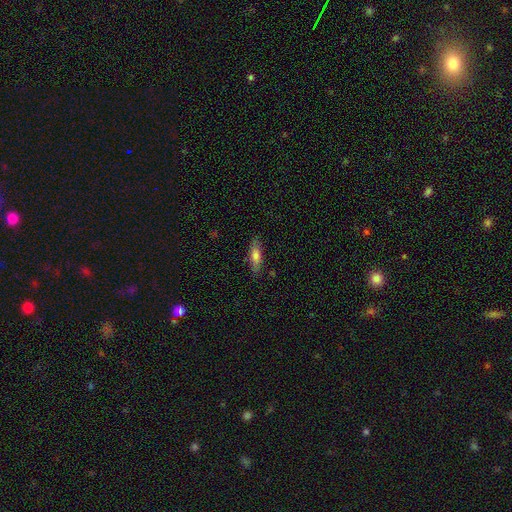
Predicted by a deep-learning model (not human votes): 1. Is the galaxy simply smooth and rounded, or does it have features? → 68% smooth, 25% featured or disk, 7% star or artifact.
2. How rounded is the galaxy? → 58% cigar-shaped, 40% in between, 2% round.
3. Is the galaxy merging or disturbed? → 83% none, 13% minor disturbance, 3% major disturbance, 1% merger.